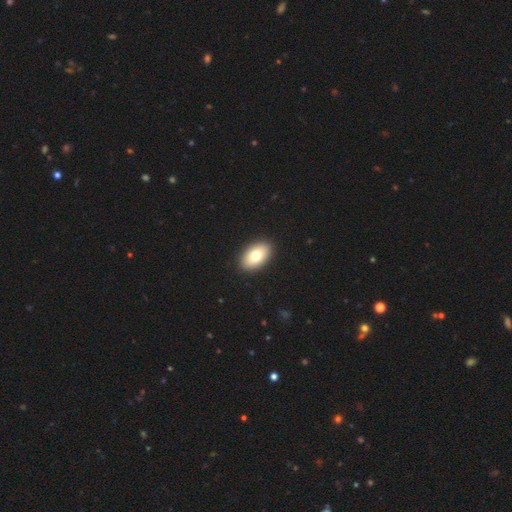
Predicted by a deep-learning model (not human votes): The model was most divided on "smooth or featured": smooth: 76%, featured or disk: 17%, star or artifact: 7%. More confident: how rounded — in between (92%); merging — none (91%).